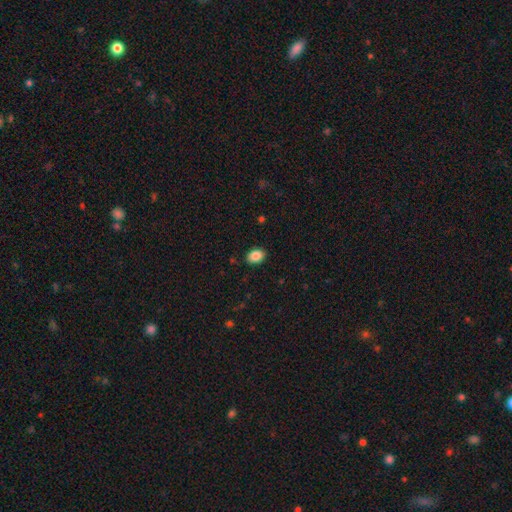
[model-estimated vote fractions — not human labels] A smooth galaxy with no disk features (87%) that is in between round and cigar-shaped (79%).

Vote fractions:
- Smooth or featured? smooth: 87% / star or artifact: 8% / featured or disk: 5%
- How rounded? in between: 79% / round: 20% / cigar-shaped: 1%
- Merging? none: 89% / minor disturbance: 8% / major disturbance: 2% / merger: 1%